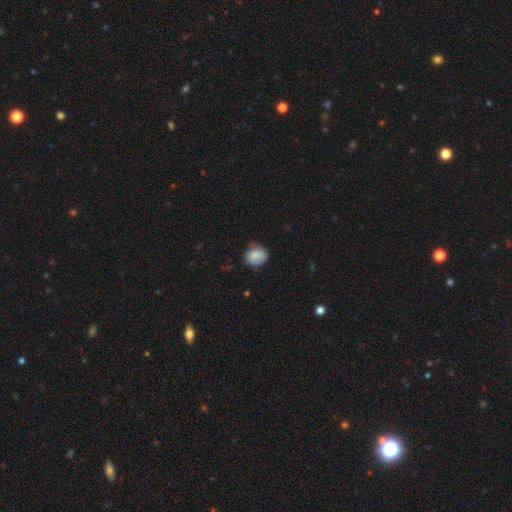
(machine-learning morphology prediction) smooth 78%, featured or disk 14%, star or artifact 8%. Down the decision tree: how rounded — round (66%); merging — none (58%).